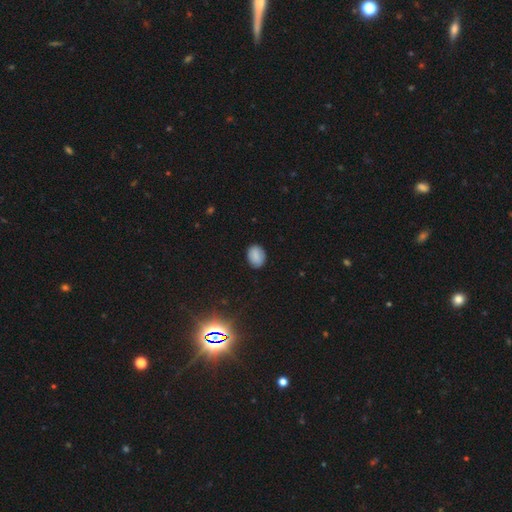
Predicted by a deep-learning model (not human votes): A smooth galaxy with no disk features (84%) that is in between round and cigar-shaped (67%). Merging: none (85%).